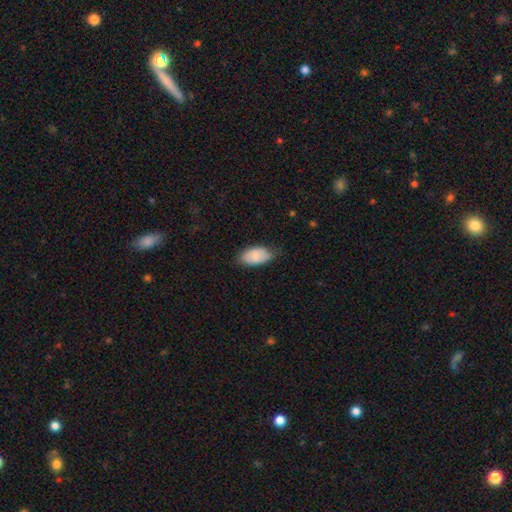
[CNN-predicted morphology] type=smooth (79%); roundness=in between (94%); merging=none (65%).